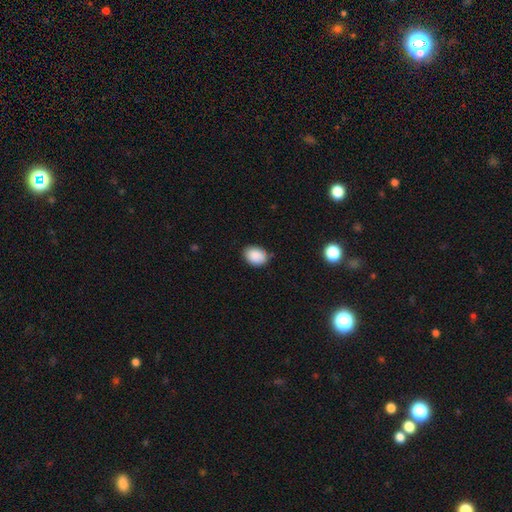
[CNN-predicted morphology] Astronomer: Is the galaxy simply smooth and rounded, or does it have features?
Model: smooth — 89%.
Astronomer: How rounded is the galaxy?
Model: in between — 73%.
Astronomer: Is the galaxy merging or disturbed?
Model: none — 81%.